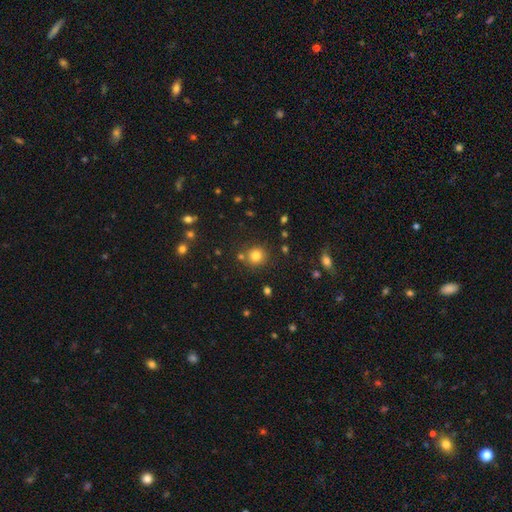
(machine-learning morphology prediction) This is clearly a smooth galaxy (80%). How rounded: clearly round (90%). Merging: likely none (79%).